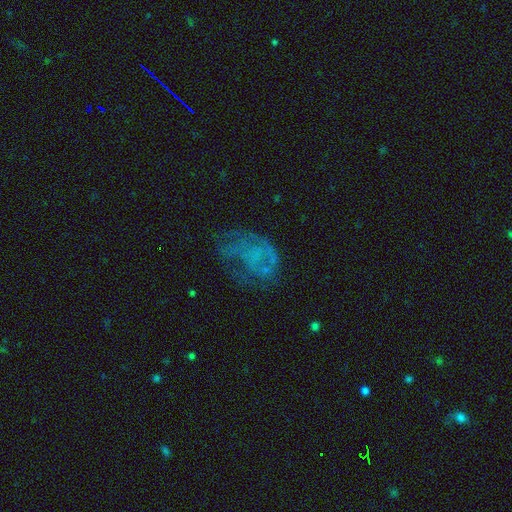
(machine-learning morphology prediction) Smooth or featured? Predicted: featured or disk (p=0.50). Merging? Predicted: none (p=0.40).